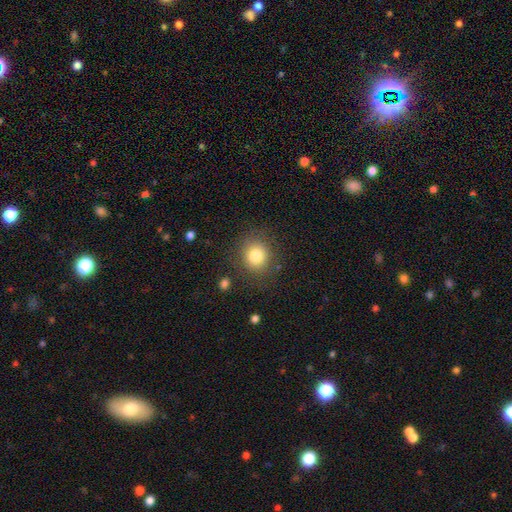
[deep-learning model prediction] The model was most divided on "how rounded": round: 78%, in between: 21%, cigar-shaped: 1%. More confident: merging — none (83%); smooth or featured — smooth (82%).